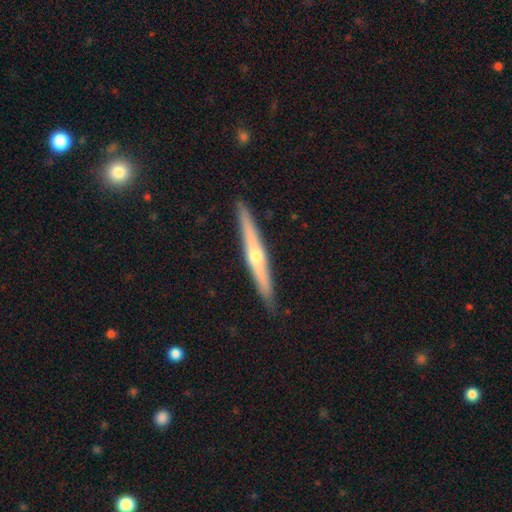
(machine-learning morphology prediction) Overall: featured or disk (67%). Edge-on disk: yes (96%). Edge-on bulge: rounded (84%). Merging: none (91%).